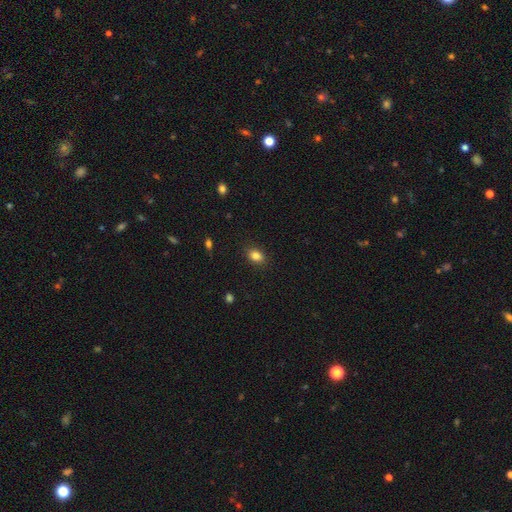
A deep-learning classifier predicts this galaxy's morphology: type=smooth (84%); roundness=in between (74%); merging=none (87%).